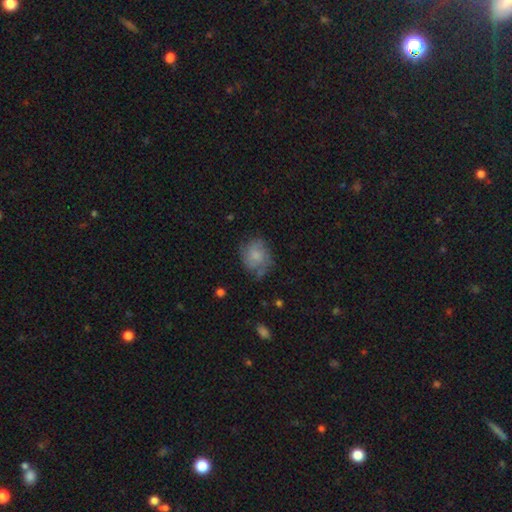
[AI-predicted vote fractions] The model was most divided on "how rounded": round: 56%, in between: 42%, cigar-shaped: 1%. More confident: smooth or featured — smooth (63%); merging — none (57%).